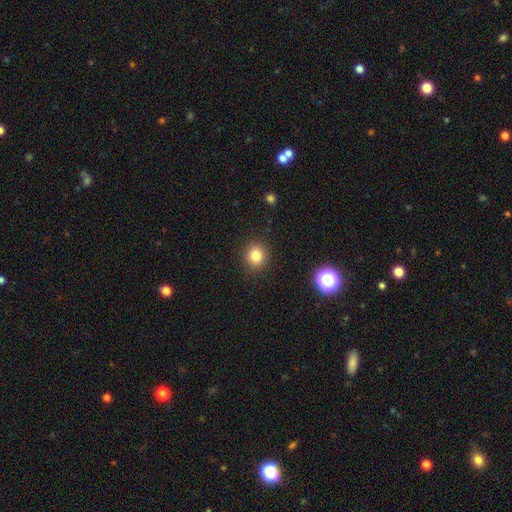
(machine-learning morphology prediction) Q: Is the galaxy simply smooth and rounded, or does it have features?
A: smooth — 81%.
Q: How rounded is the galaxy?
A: round — 84%.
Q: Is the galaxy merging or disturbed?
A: none — 90%.